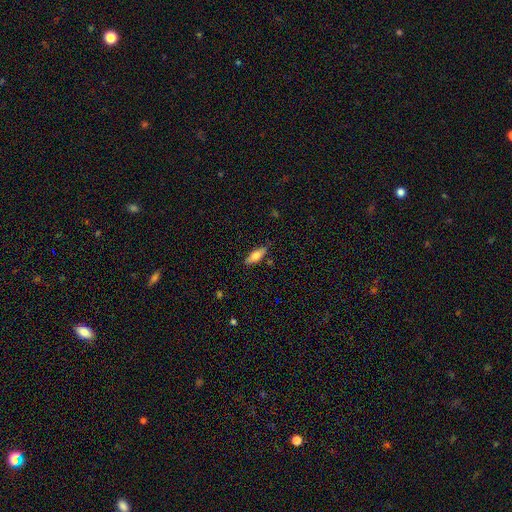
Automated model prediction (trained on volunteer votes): Smooth or featured?
  - smooth: 71% *
  - featured or disk: 23%
  - star or artifact: 7%
How rounded?
  - in between: 66% *
  - cigar-shaped: 32%
  - round: 2%
Merging?
  - none: 82% *
  - minor disturbance: 14%
  - major disturbance: 3%
  - merger: 2%